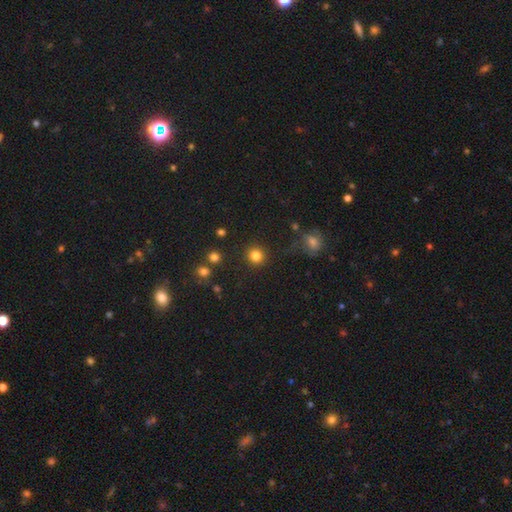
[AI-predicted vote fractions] Smooth or featured? smooth (83%)
How rounded? round (92%)
Merging? none (89%)